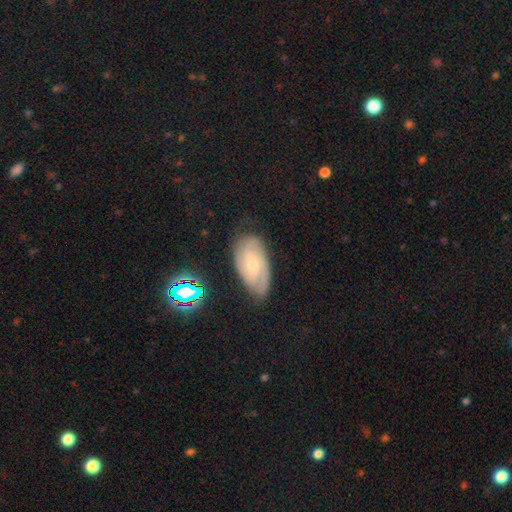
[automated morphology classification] This is likely a featured or disk galaxy (69%). It is clearly not viewed edge-on (94%). Bar: possibly no (52%). Spiral arm pattern: clearly yes (92%). Spiral arm count: possibly 2 (51%). Spiral winding: possibly tight (57%). Central bulge: possibly small (55%). Merging: likely none (70%).